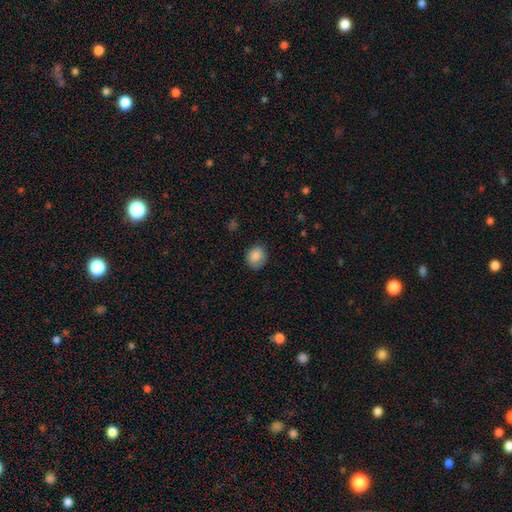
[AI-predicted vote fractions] Morphology: type=smooth (87%); roundness=round (69%); merging=none (80%).